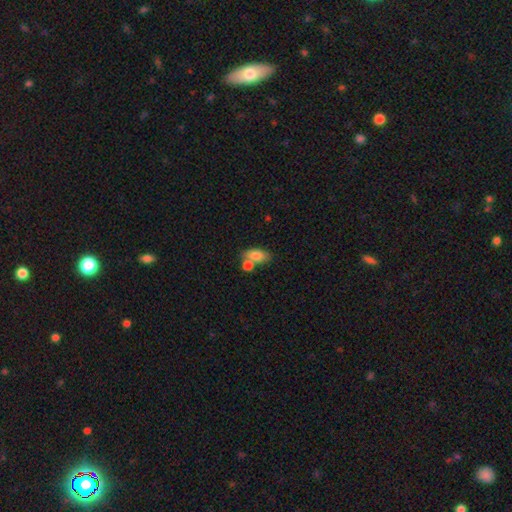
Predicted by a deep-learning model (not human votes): This appears to be a smooth galaxy with no disk features (80%) that is in between round and cigar-shaped (87%). Merging: none (47%).